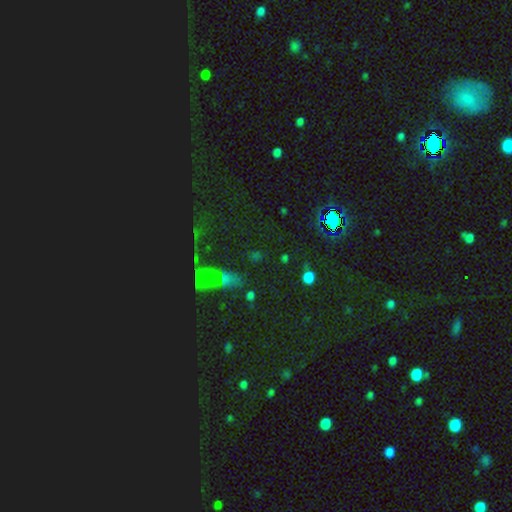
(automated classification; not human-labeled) Morphology: type=star or artifact (58%).